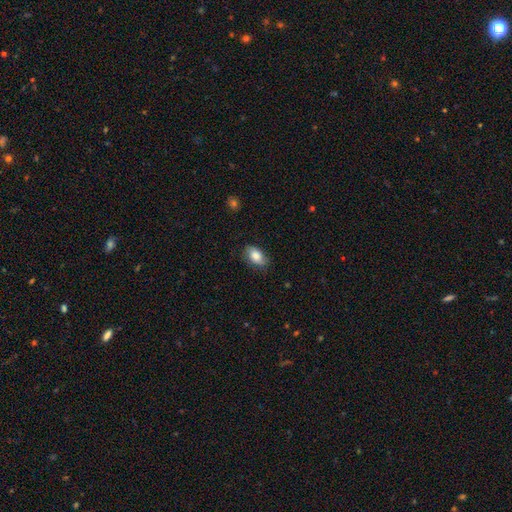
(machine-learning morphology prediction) Smooth or featured? Predicted: smooth (p=0.80). How rounded? Predicted: in between (p=0.90). Merging? Predicted: none (p=0.79).